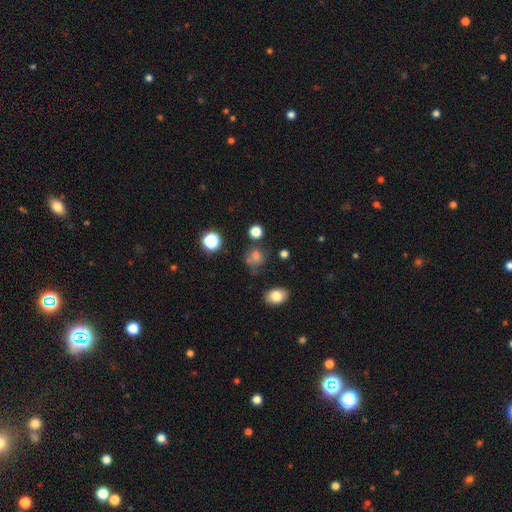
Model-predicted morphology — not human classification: smooth_or_featured: smooth (p=0.68) [alt: star or artifact p=0.22]
how_rounded: round (p=0.75) [alt: in between p=0.24]
merging: none (p=0.62) [alt: minor disturbance p=0.18]